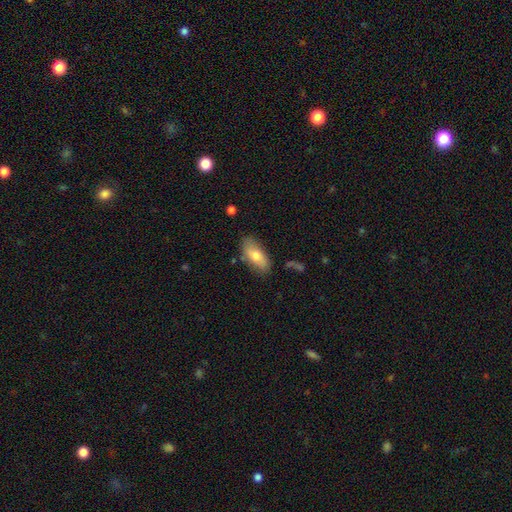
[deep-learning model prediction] The model was most divided on "smooth or featured": smooth: 71%, featured or disk: 22%, star or artifact: 6%. More confident: how rounded — in between (85%); merging — none (77%).